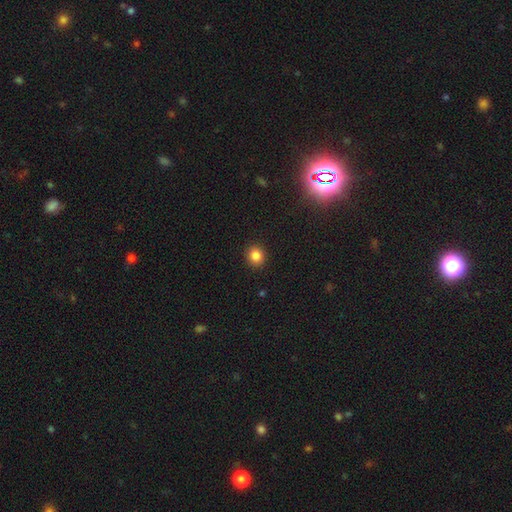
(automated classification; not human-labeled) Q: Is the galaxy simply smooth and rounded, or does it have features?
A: smooth — 85%.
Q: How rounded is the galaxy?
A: round — 82%.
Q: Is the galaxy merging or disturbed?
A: none — 92%.